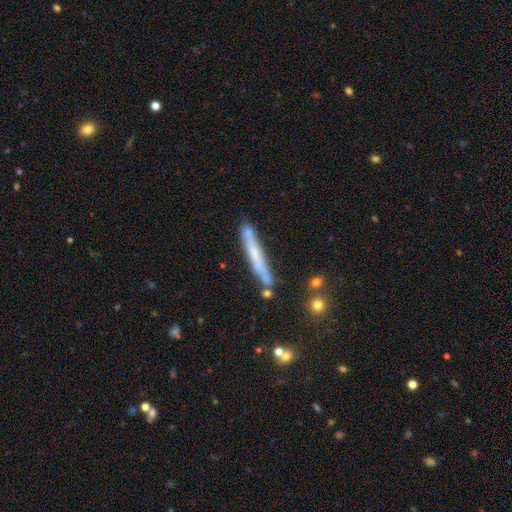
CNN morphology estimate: This appears to be a smooth galaxy with no disk features (52%) that is cigar-shaped (96%). Merging: none (77%).